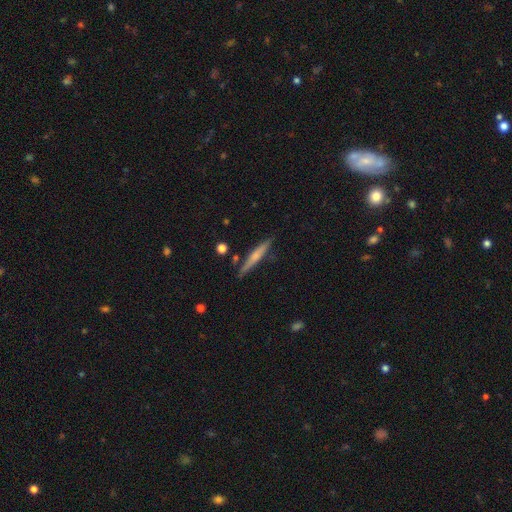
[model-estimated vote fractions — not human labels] This is possibly a featured or disk galaxy (47%). Merging: clearly none (84%).